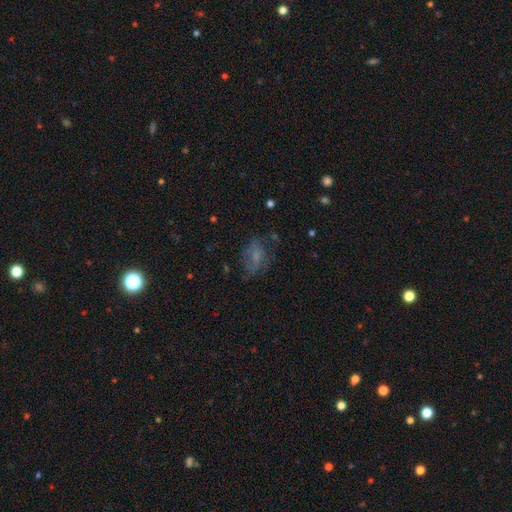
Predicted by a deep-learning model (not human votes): A smooth galaxy with no disk features (47%). Merging: none (54%).